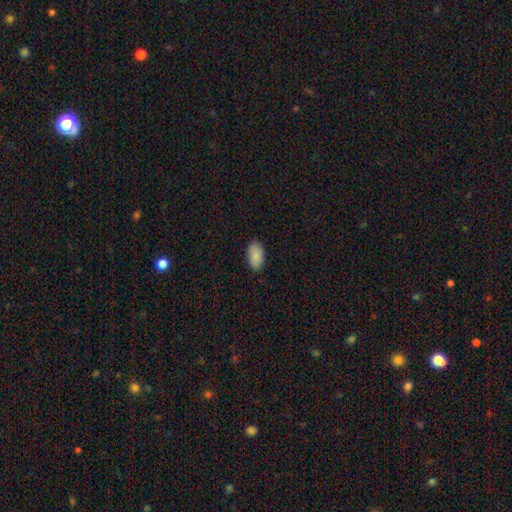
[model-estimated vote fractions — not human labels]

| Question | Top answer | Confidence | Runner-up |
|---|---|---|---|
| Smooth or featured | smooth | 89% | star or artifact (7%) |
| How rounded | in between | 95% | round (3%) |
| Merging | none | 86% | minor disturbance (11%) |